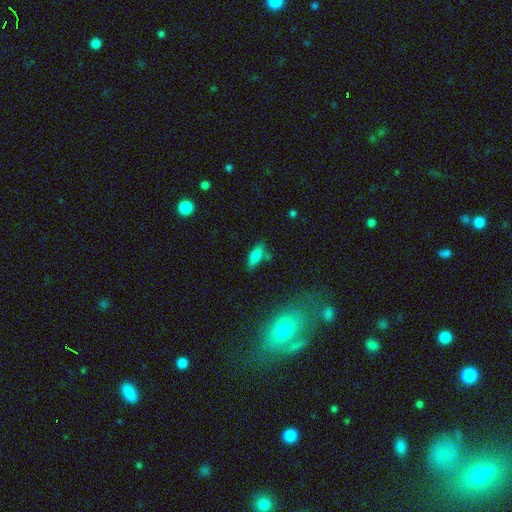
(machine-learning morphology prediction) Smooth or featured?
  - smooth: 76% *
  - featured or disk: 16%
  - star or artifact: 8%
How rounded?
  - in between: 66% *
  - cigar-shaped: 32%
  - round: 3%
Merging?
  - none: 73% *
  - minor disturbance: 16%
  - merger: 7%
  - major disturbance: 4%